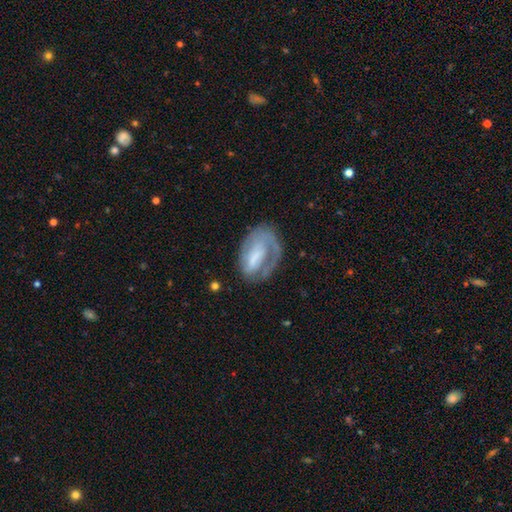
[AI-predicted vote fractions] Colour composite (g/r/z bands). It shows a featured or disk galaxy (63%) with a weak bar (38%), spiral arms (74%) and no central bulge (32%). Merging: none (50%).